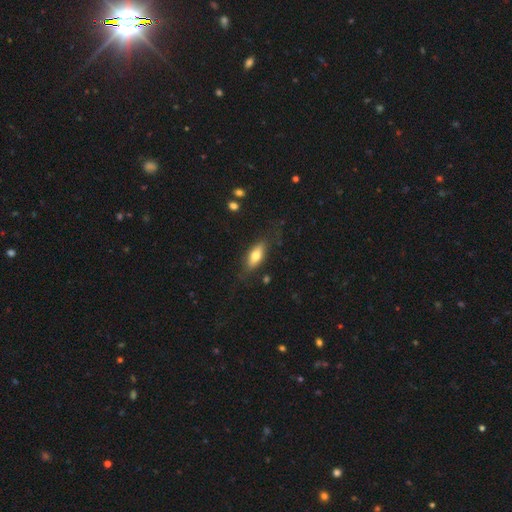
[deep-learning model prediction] Q: Smooth or featured?
A: smooth (66%); runner-up: featured or disk (27%)
Q: How rounded?
A: in between (70%); runner-up: cigar-shaped (27%)
Q: Merging?
A: none (76%); runner-up: minor disturbance (17%)